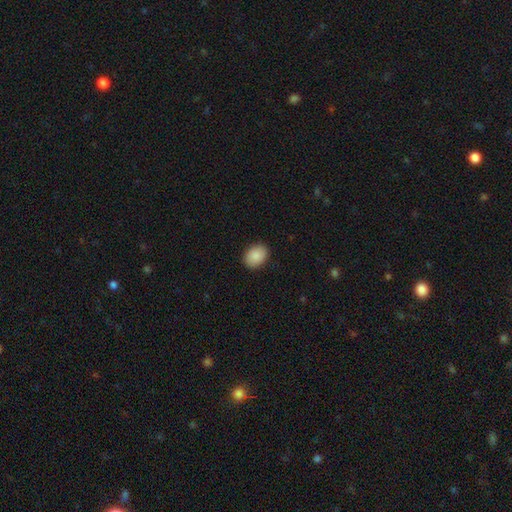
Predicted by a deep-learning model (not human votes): Smooth or featured? Predicted: smooth (p=0.89). How rounded? Predicted: in between (p=0.71). Merging? Predicted: none (p=0.89).